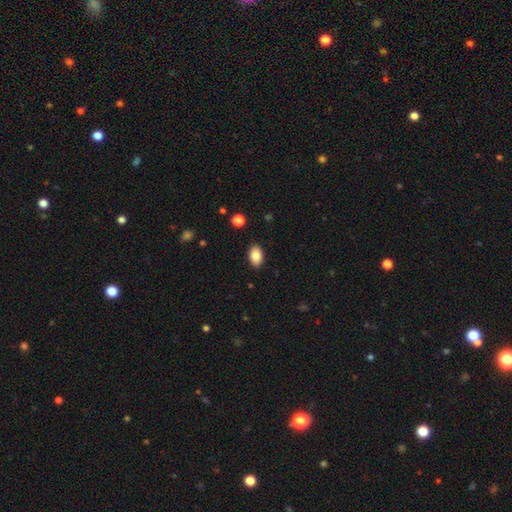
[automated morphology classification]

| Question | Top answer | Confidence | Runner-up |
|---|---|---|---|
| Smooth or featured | smooth | 86% | star or artifact (8%) |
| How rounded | in between | 90% | round (8%) |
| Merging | none | 89% | minor disturbance (8%) |